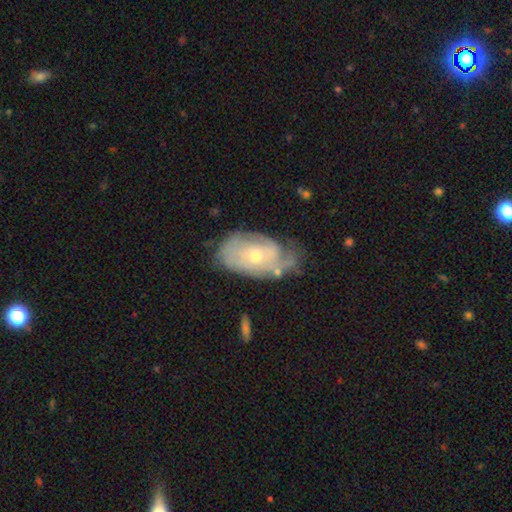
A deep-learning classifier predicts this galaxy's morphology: Q: Smooth or featured?
A: featured or disk (72%); runner-up: smooth (21%)
Q: Edge-on disk?
A: no (95%); runner-up: yes (5%)
Q: Bar?
A: no (76%); runner-up: weak (21%)
Q: Spiral arms?
A: yes (83%); runner-up: no (17%)
Q: Spiral winding?
A: tight (62%); runner-up: medium (27%)
Q: Spiral arm count?
A: can't tell (53%); runner-up: 2 (20%)
Q: Bulge size?
A: small (53%); runner-up: moderate (44%)
Q: Merging?
A: none (53%); runner-up: minor disturbance (30%)